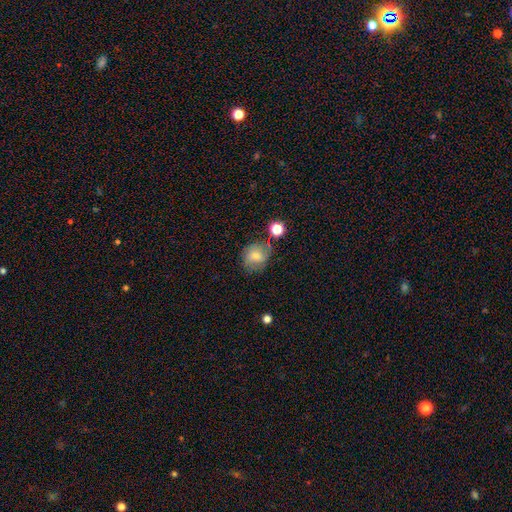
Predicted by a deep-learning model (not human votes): Smooth or featured: smooth — 72% (featured or disk — 18%)
How rounded: round — 71% (in between — 28%)
Merging: none — 64% (minor disturbance — 21%)